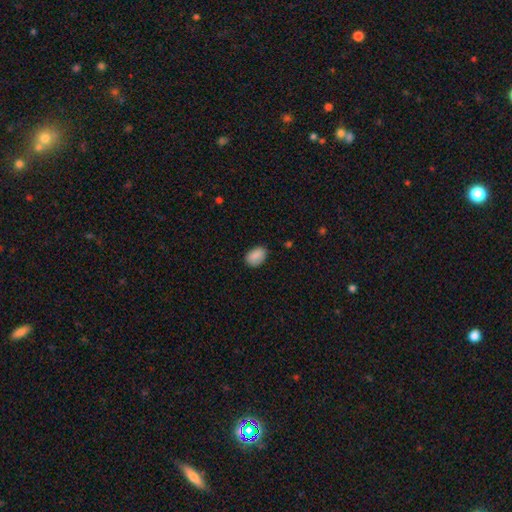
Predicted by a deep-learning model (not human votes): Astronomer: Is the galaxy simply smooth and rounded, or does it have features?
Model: smooth — 88%.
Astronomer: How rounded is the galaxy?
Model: in between — 86%.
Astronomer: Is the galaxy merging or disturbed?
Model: none — 80%.